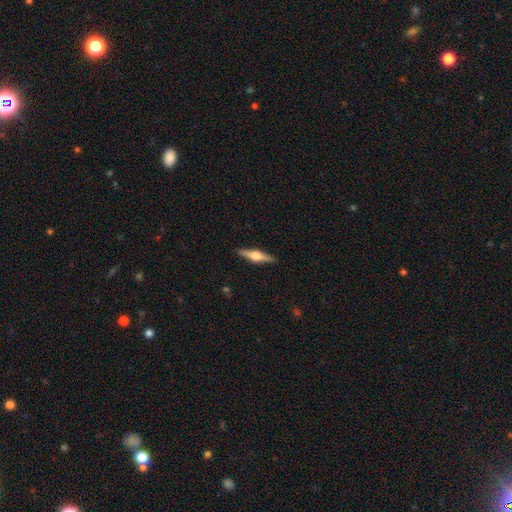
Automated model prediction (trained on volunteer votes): Q: Smooth or featured?
A: featured or disk (71%); runner-up: smooth (23%)
Q: Edge-on disk?
A: yes (98%); runner-up: no (2%)
Q: Edge-on bulge?
A: rounded (93%); runner-up: boxy (6%)
Q: Merging?
A: none (91%); runner-up: minor disturbance (7%)